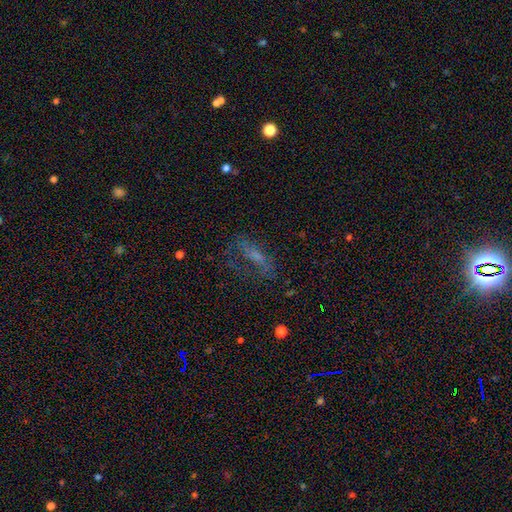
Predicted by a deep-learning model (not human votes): Q: Smooth or featured?
A: featured or disk (42%); runner-up: smooth (39%)
Q: Merging?
A: none (46%); runner-up: major disturbance (31%)